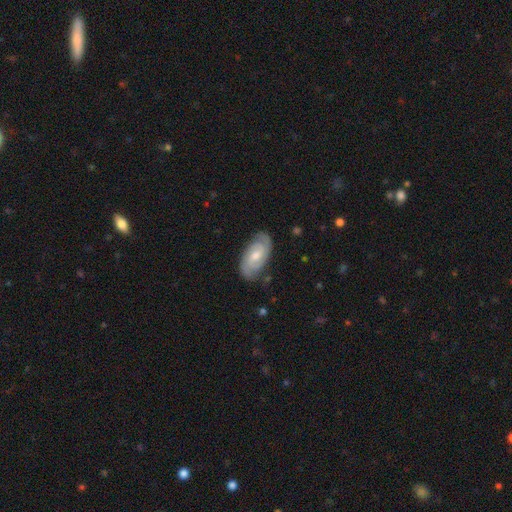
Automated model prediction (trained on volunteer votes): Smooth or featured?
  - featured or disk: 79% *
  - smooth: 16%
  - star or artifact: 5%
Edge-on disk?
  - no: 95% *
  - yes: 5%
Bar?
  - weak: 47% *
  - no: 44%
  - strong: 9%
Spiral arms?
  - yes: 95% *
  - no: 5%
Spiral winding?
  - tight: 60% *
  - medium: 33%
  - loose: 7%
Spiral arm count?
  - 2: 76% *
  - can't tell: 12%
  - 3: 6%
  - 1: 2%
  - 4: 2%
  - more than 4: 2%
Bulge size?
  - moderate: 57% *
  - small: 35%
  - large: 4%
  - none: 3%
  - dominant: 1%
Merging?
  - none: 81% *
  - minor disturbance: 14%
  - major disturbance: 3%
  - merger: 1%